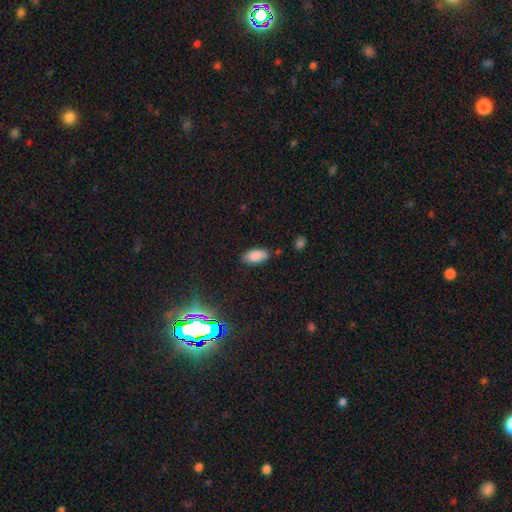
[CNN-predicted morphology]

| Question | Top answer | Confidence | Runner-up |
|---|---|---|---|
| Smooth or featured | smooth | 87% | star or artifact (9%) |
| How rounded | in between | 93% | cigar-shaped (5%) |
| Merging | none | 83% | minor disturbance (12%) |